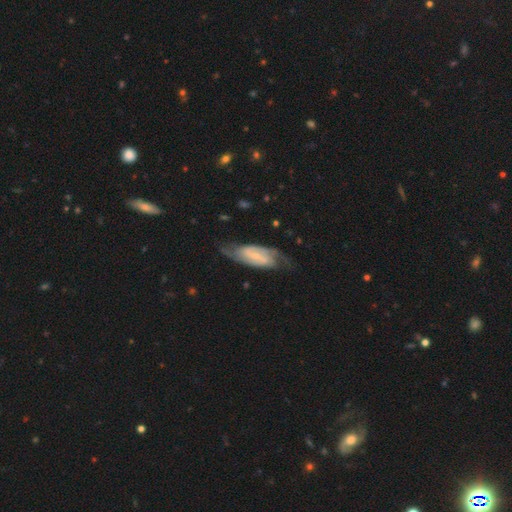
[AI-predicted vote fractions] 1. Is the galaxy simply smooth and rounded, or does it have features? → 84% featured or disk, 11% smooth, 5% star or artifact.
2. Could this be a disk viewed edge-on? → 93% no, 7% yes.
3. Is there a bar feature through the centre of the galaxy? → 47% weak, 29% strong, 24% no.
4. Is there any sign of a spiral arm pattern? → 96% yes, 4% no.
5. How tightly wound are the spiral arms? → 48% medium, 32% tight, 20% loose.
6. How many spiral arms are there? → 83% 2, 8% can't tell, 4% 3, 2% 1, 2% 4, 1% more than 4.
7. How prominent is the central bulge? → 66% small, 21% moderate, 10% none, 2% large, 1% dominant.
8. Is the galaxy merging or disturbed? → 70% none, 18% minor disturbance, 9% major disturbance, 2% merger.